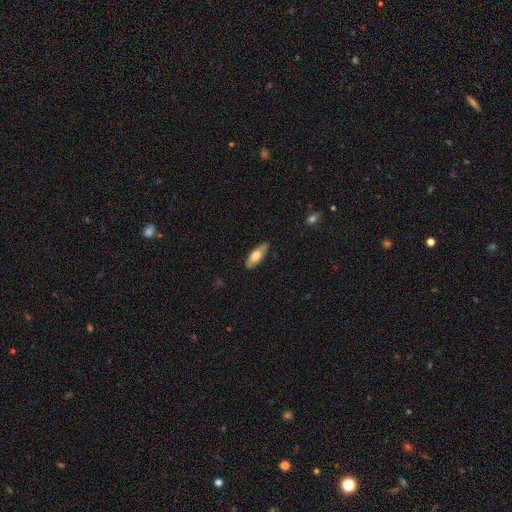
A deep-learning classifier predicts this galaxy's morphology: Overall: smooth (68%). How rounded: in between (68%; cigar-shaped 30%). Merging: none (84%).